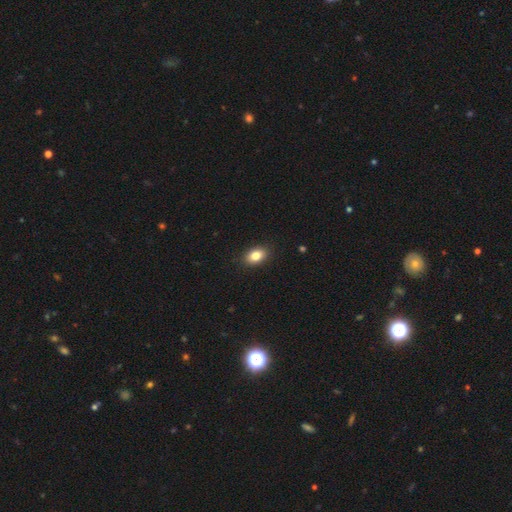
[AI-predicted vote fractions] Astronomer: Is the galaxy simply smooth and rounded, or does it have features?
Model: smooth — 83%.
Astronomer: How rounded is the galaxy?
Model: in between — 85%.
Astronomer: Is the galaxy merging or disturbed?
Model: none — 89%.